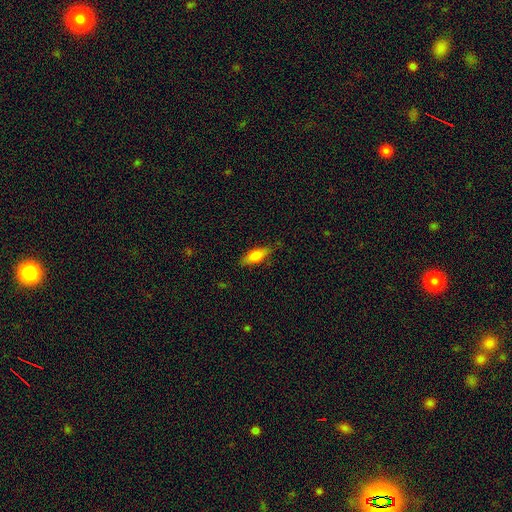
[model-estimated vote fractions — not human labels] This is likely a smooth galaxy (74%). How rounded: likely in between (68%). Merging: likely none (75%).